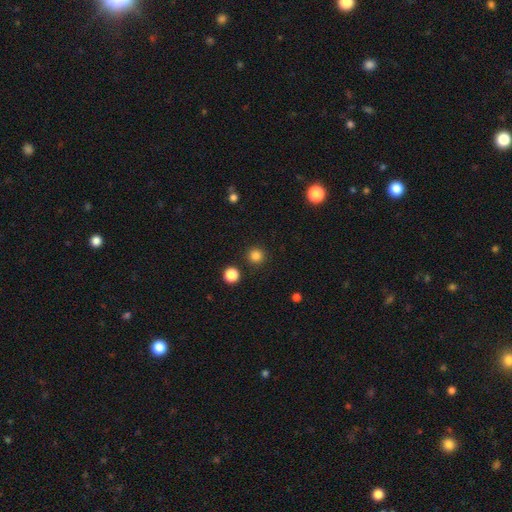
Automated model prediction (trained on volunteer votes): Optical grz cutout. It shows a smooth galaxy with no disk features (84%) that is round (95%). Merging: none (91%).